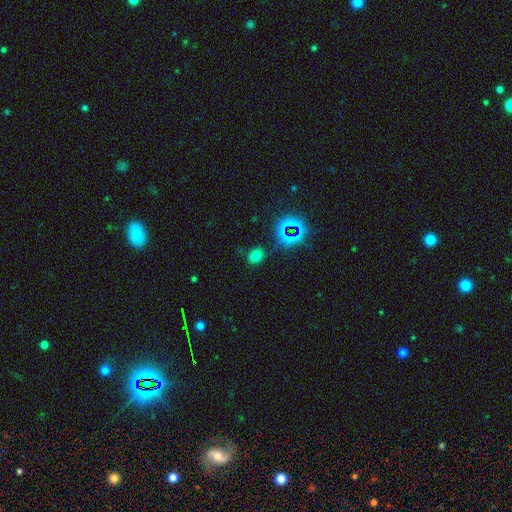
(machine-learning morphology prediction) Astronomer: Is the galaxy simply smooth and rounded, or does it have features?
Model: smooth — 65%.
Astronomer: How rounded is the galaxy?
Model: in between — 50% (runner-up: round, 49%).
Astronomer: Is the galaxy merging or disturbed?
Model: none — 79%.